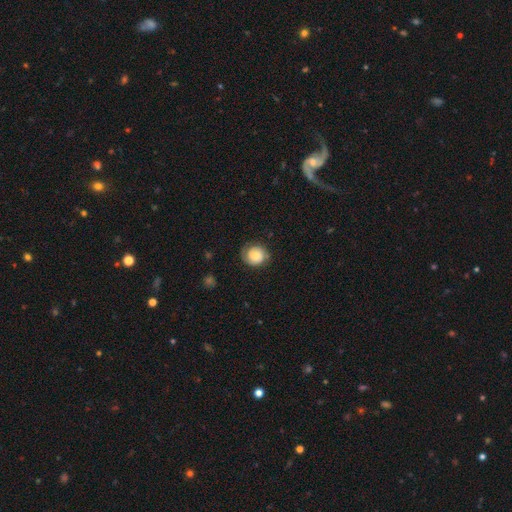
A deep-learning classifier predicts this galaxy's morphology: A smooth galaxy with no disk features (60%) that is round (80%).

Vote fractions:
- Smooth or featured? smooth: 60% / featured or disk: 31% / star or artifact: 8%
- How rounded? round: 80% / in between: 20% / cigar-shaped: 1%
- Merging? none: 71% / minor disturbance: 20% / major disturbance: 7% / merger: 1%